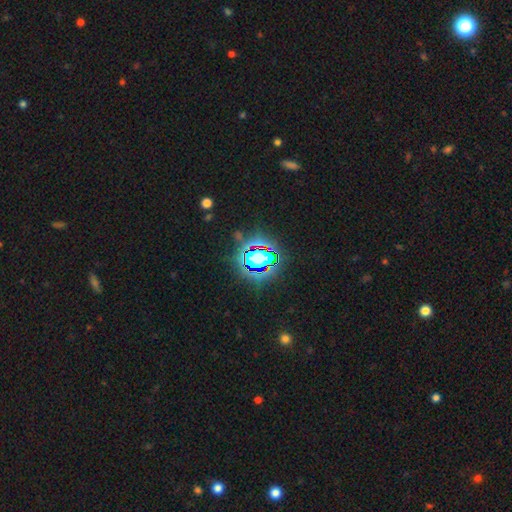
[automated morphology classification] Smooth or featured: star or artifact — 68% (smooth — 20%)